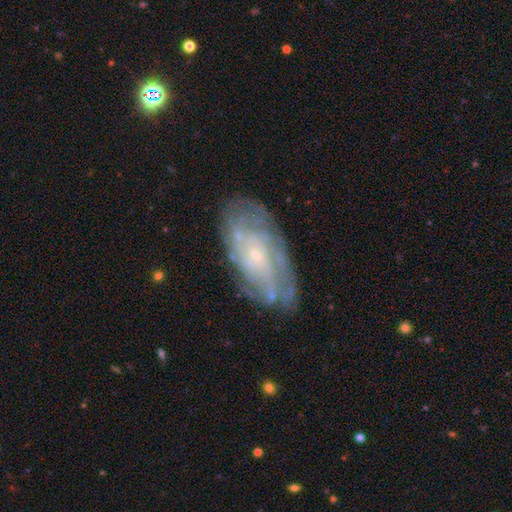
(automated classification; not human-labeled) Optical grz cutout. It shows a featured or disk galaxy (78%) with no bar (78%), tight (64%) spiral arms (87%) and a small central bulge (82%). Merging: none (74%).